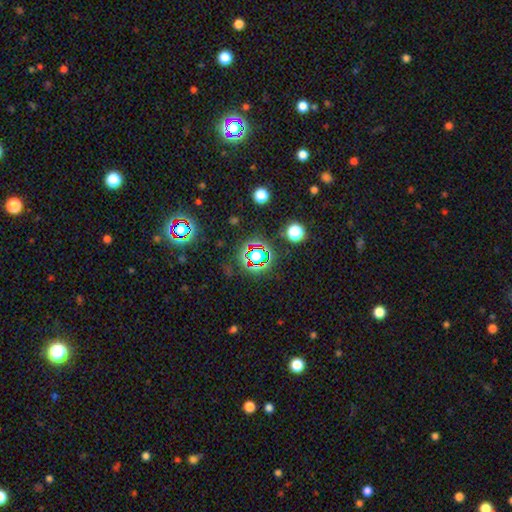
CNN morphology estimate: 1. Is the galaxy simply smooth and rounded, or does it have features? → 66% star or artifact, 23% smooth, 11% featured or disk.